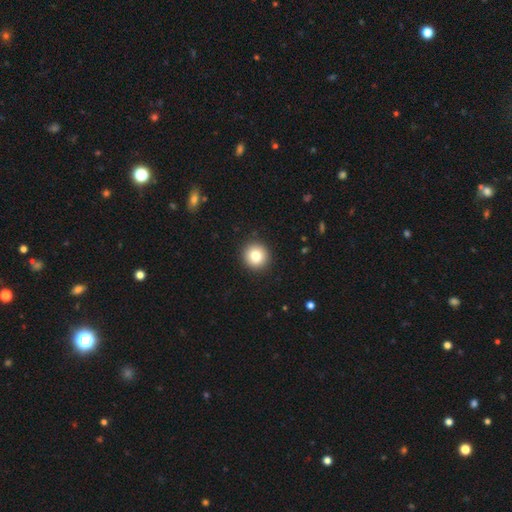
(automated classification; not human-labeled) Smooth or featured?
  - smooth: 82% *
  - star or artifact: 10%
  - featured or disk: 9%
How rounded?
  - round: 95% *
  - in between: 4%
  - cigar-shaped: 1%
Merging?
  - none: 93% *
  - minor disturbance: 5%
  - major disturbance: 2%
  - merger: 1%